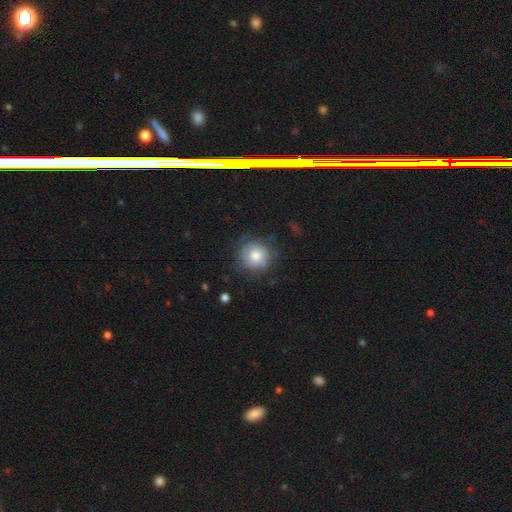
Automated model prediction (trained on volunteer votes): The model was most divided on "merging": none: 72%, minor disturbance: 19%, major disturbance: 8%, merger: 1%. More confident: how rounded — round (90%); smooth or featured — smooth (73%).